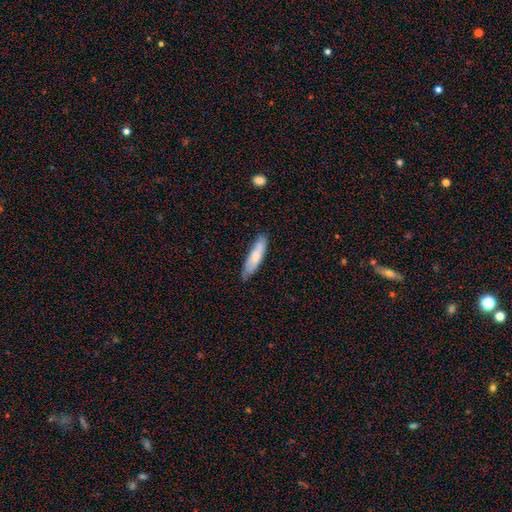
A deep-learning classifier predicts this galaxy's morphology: Q: Smooth or featured?
A: smooth (72%); runner-up: featured or disk (23%)
Q: How rounded?
A: cigar-shaped (71%); runner-up: in between (27%)
Q: Merging?
A: none (75%); runner-up: minor disturbance (20%)